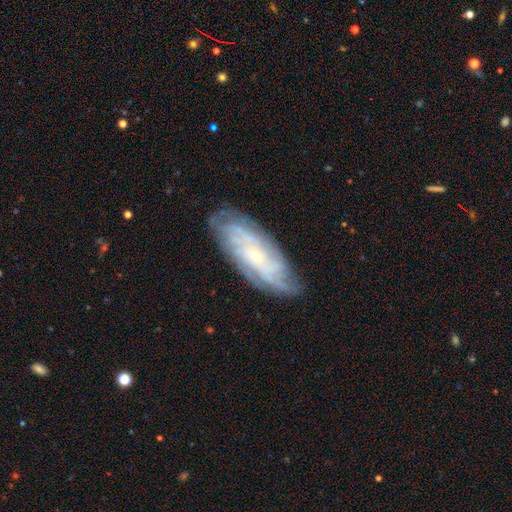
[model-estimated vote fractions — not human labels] Overall: featured or disk (80%). Edge-on disk: no (89%). Bar: no (72%). Spiral arms: yes (95%). Spiral arm count: can't tell (37%; 4 23%). Spiral winding: tight (69%). Bulge size: small (78%). Merging: none (79%).